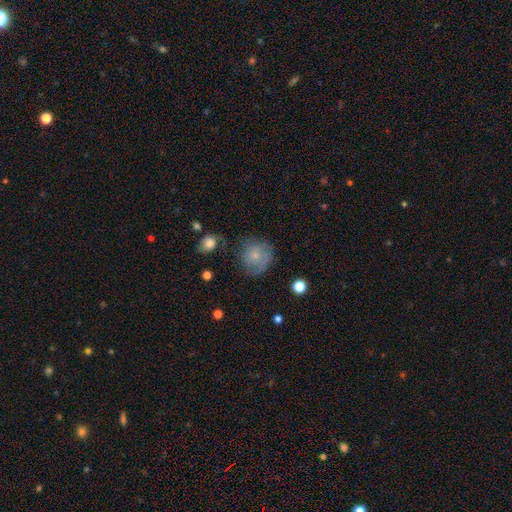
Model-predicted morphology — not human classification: The model was most divided on "merging": none: 52%, minor disturbance: 28%, major disturbance: 17%, merger: 3%. More confident: how rounded — round (83%); smooth or featured — smooth (67%).